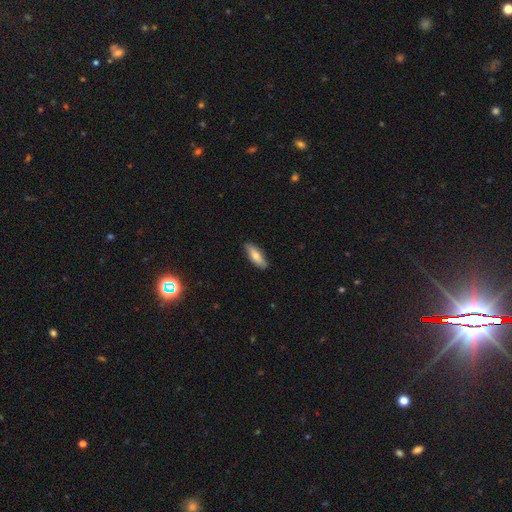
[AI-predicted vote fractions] The model was most divided on "how rounded": in between: 61%, cigar-shaped: 36%, round: 2%. More confident: merging — none (86%); smooth or featured — smooth (69%).